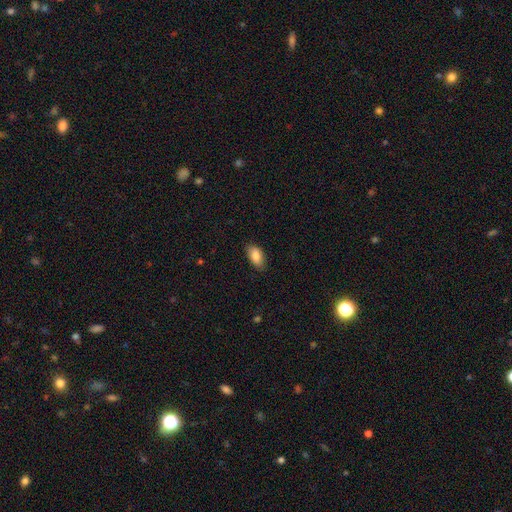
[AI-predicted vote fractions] Smooth or featured? Predicted: smooth (p=0.87). How rounded? Predicted: in between (p=0.93). Merging? Predicted: none (p=0.83).